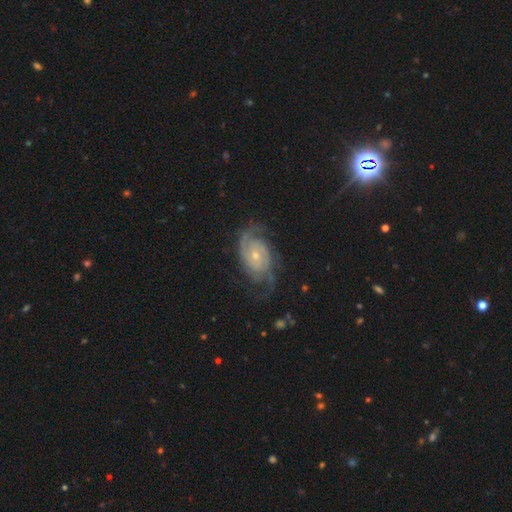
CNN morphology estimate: Smooth or featured? Predicted: featured or disk (p=0.87). Edge-on disk? Predicted: no (p=0.97). Bar? Predicted: no (p=0.67). Spiral arms? Predicted: yes (p=0.96). Spiral winding? Predicted: tight (p=0.46). Spiral arm count? Predicted: 2 (p=0.67). Bulge size? Predicted: small (p=0.59). Merging? Predicted: none (p=0.68).